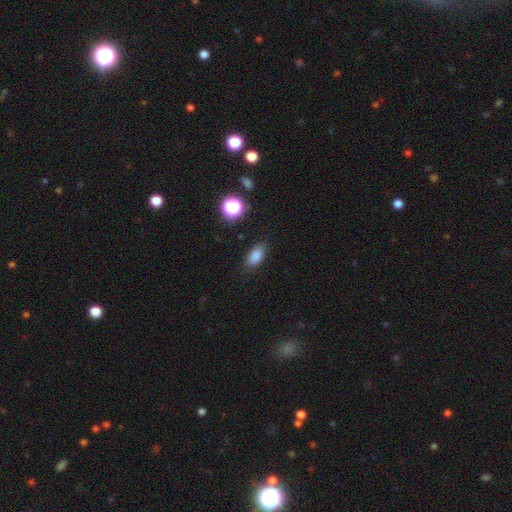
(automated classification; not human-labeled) smooth 83%, star or artifact 11%, featured or disk 6%. Down the decision tree: how rounded — in between (85%); merging — none (82%).